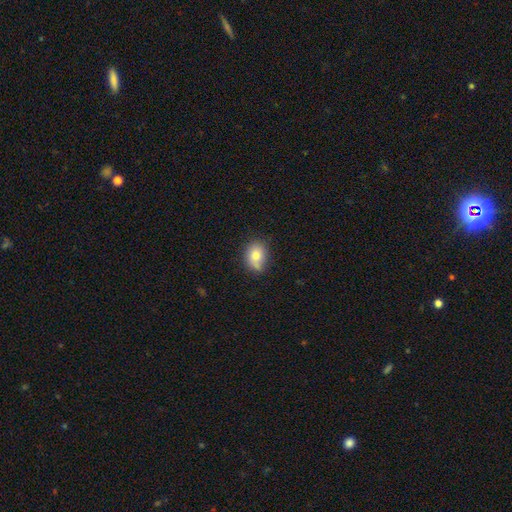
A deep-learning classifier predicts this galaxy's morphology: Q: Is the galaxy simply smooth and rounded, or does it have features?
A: smooth — 78%.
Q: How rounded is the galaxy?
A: in between — 58%.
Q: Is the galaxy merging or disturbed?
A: none — 57%.